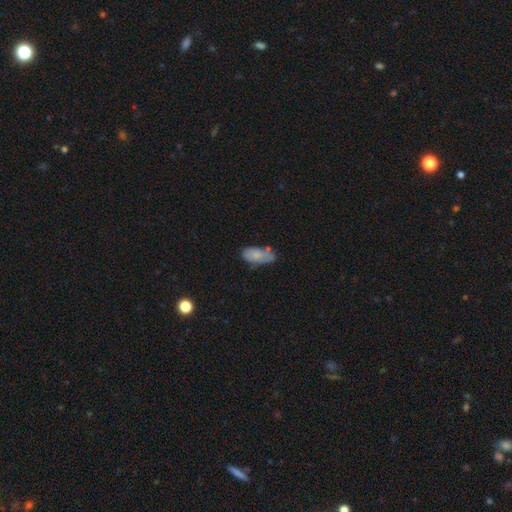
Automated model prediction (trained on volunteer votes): Morphology: type=smooth (69%); roundness=in between (89%); merging=none (51%).